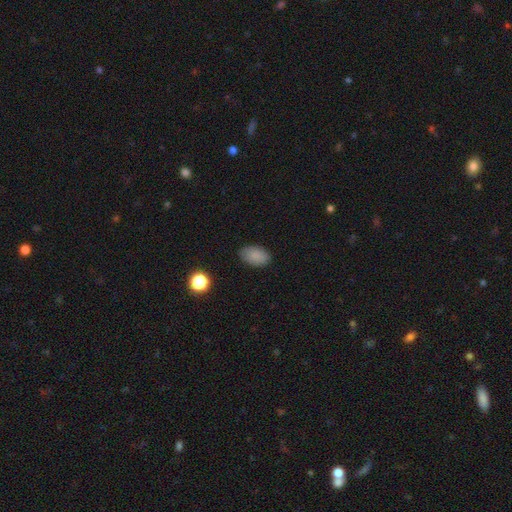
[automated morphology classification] Overall: smooth (86%). How rounded: in between (89%). Merging: none (85%).